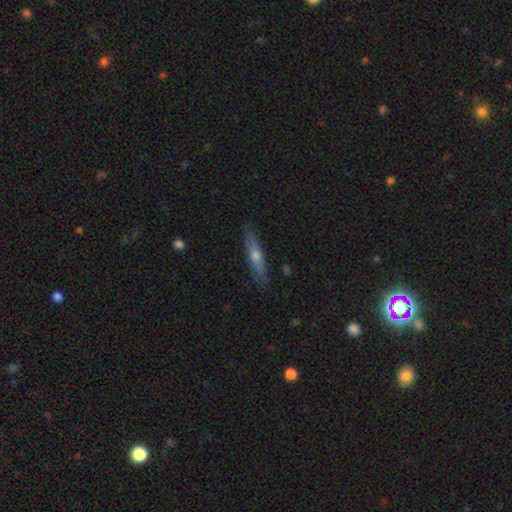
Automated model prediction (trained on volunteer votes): smooth-or-featured: featured or disk: 50% | smooth: 44% | star or artifact: 6%
  merging: none: 86% | minor disturbance: 11% | major disturbance: 2% | merger: 1%